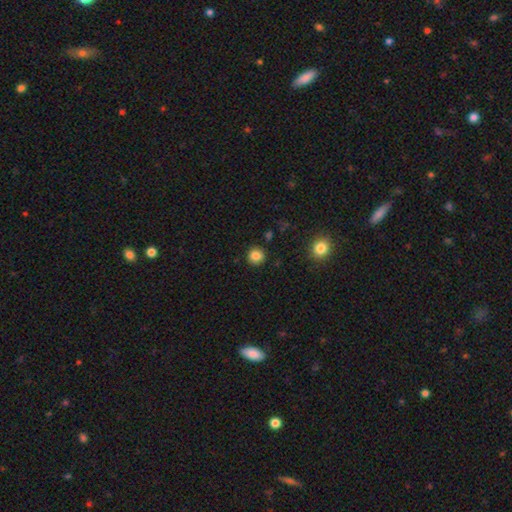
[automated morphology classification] The model was most divided on "smooth or featured": smooth: 84%, star or artifact: 11%, featured or disk: 4%. More confident: how rounded — round (93%); merging — none (90%).